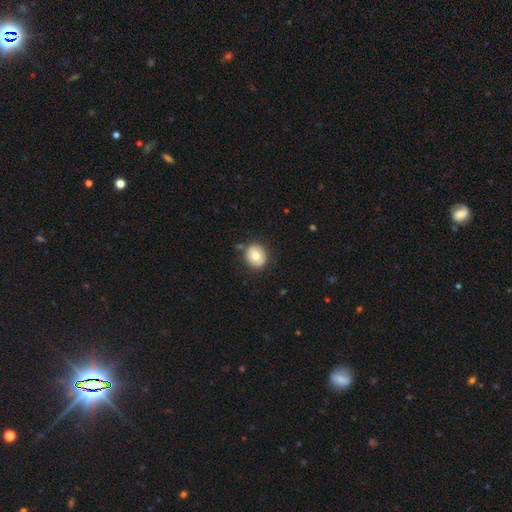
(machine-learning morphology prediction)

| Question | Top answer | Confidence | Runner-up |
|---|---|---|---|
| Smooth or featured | smooth | 73% | featured or disk (19%) |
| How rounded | round | 79% | in between (20%) |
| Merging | none | 85% | minor disturbance (9%) |